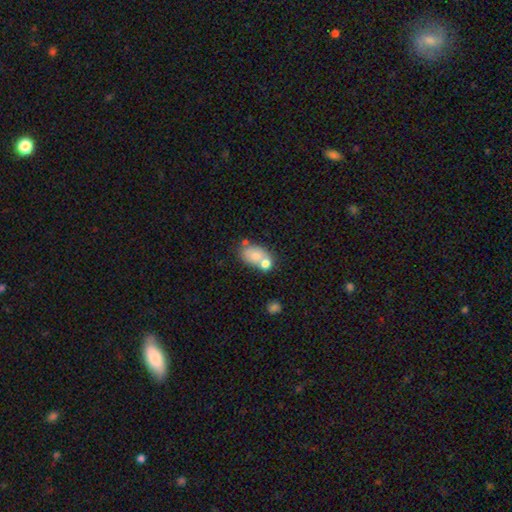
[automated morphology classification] Smooth or featured? smooth (72%)
How rounded? in between (80%)
Merging? merger (45%)